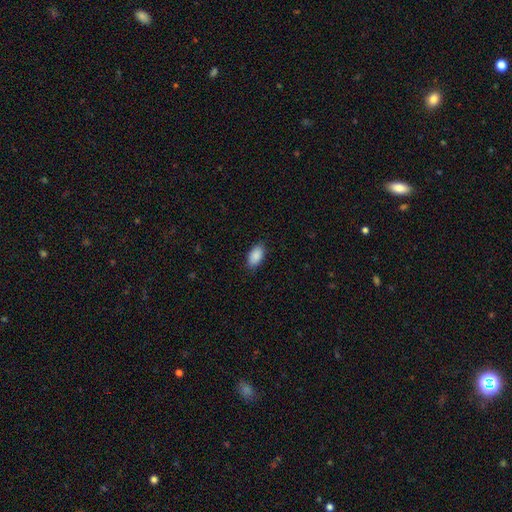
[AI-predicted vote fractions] Smooth or featured?
  - smooth: 90% *
  - star or artifact: 7%
  - featured or disk: 4%
How rounded?
  - in between: 94% *
  - round: 4%
  - cigar-shaped: 2%
Merging?
  - none: 85% *
  - minor disturbance: 11%
  - major disturbance: 3%
  - merger: 1%